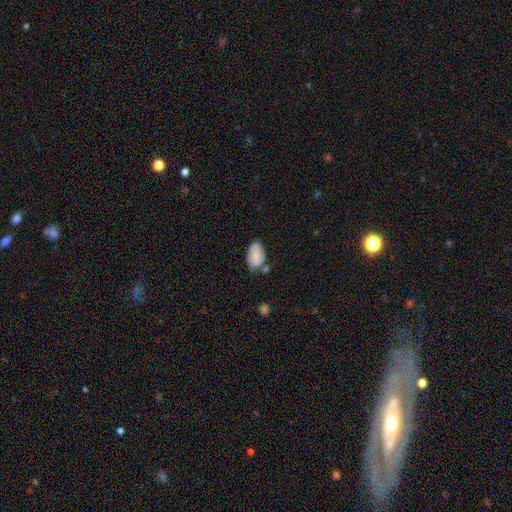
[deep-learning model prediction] This is clearly a smooth galaxy (81%). How rounded: clearly in between (94%). Merging: likely none (61%).